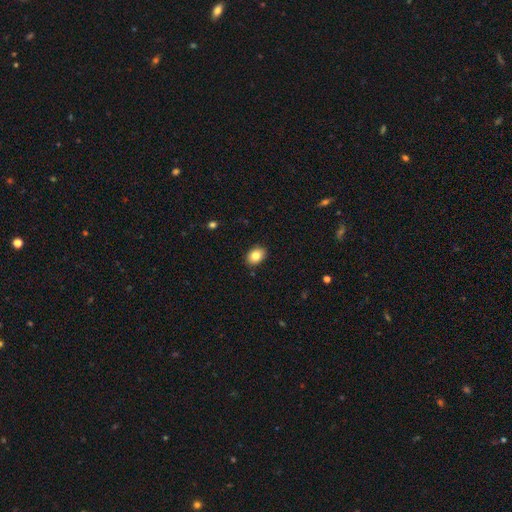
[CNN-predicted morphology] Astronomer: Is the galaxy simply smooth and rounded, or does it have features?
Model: smooth — 83%.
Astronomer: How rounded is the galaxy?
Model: in between — 74%.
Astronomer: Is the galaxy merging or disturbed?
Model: none — 89%.